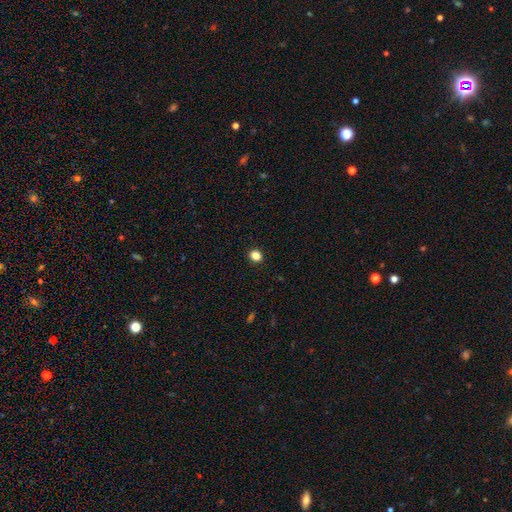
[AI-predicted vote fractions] A smooth galaxy with no disk features (85%) that is round (65%).

Vote fractions:
- Smooth or featured? smooth: 85% / star or artifact: 12% / featured or disk: 3%
- How rounded? round: 65% / in between: 34% / cigar-shaped: 1%
- Merging? none: 92% / minor disturbance: 6% / major disturbance: 2% / merger: 1%